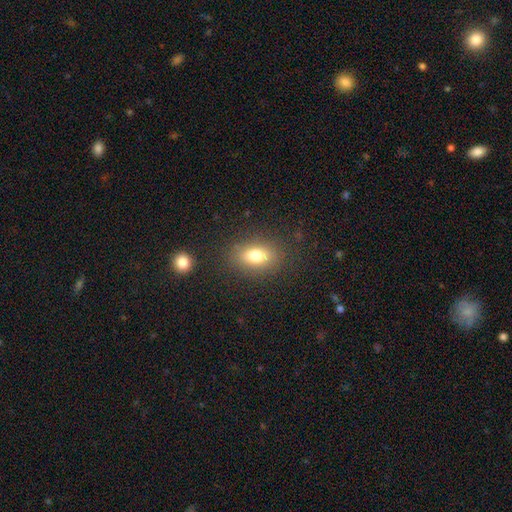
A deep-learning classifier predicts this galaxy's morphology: type=smooth (77%); roundness=in between (79%); merging=none (82%).